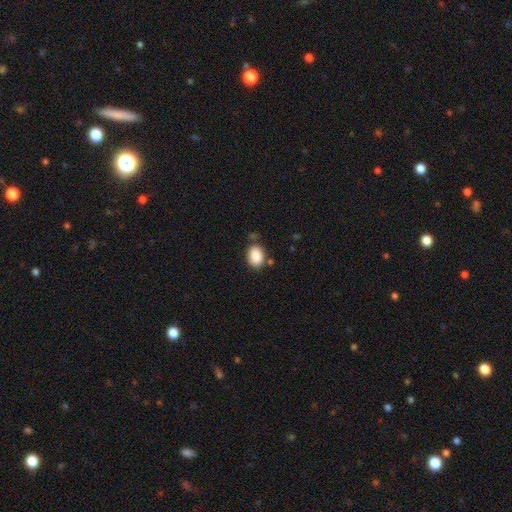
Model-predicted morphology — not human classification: Overall: smooth (88%). How rounded: in between (74%). Merging: none (74%).